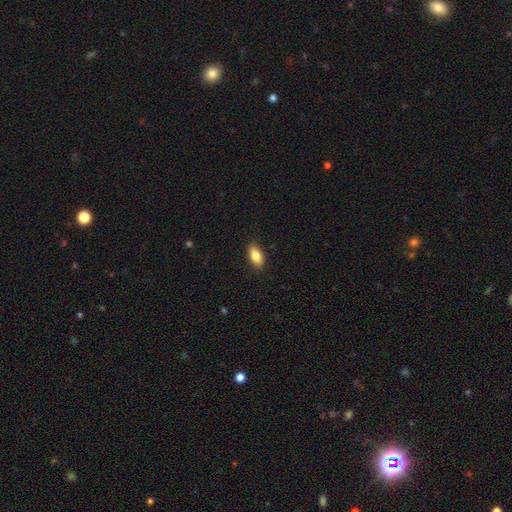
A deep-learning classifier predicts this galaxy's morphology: Smooth or featured? smooth (81%)
How rounded? in between (87%)
Merging? none (88%)